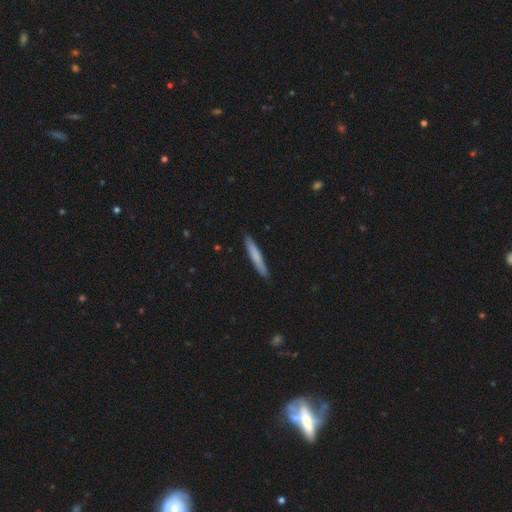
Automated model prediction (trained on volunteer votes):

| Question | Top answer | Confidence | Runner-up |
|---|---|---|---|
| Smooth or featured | smooth | 72% | featured or disk (23%) |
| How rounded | cigar-shaped | 95% | in between (4%) |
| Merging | none | 90% | minor disturbance (8%) |